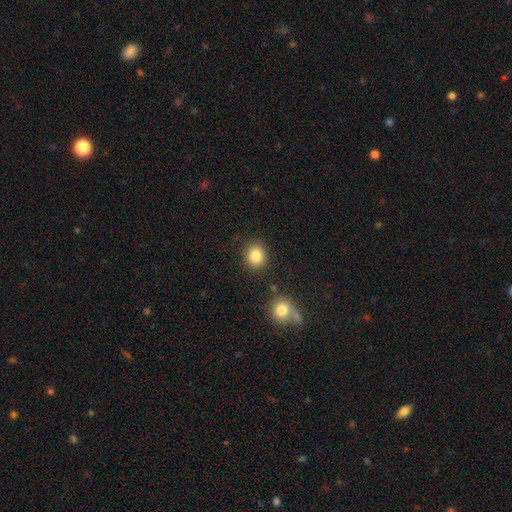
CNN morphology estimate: This is clearly a smooth galaxy (85%). How rounded: likely round (80%). Merging: clearly none (85%).